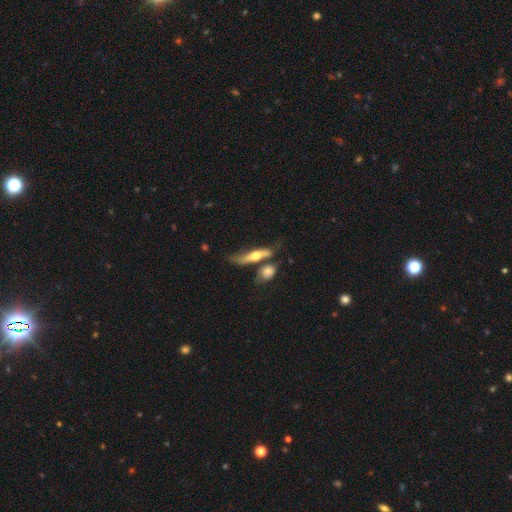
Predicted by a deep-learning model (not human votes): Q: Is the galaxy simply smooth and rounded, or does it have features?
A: featured or disk — 53%.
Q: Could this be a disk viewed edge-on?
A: yes — 75%.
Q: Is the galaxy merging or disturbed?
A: none — 38%.